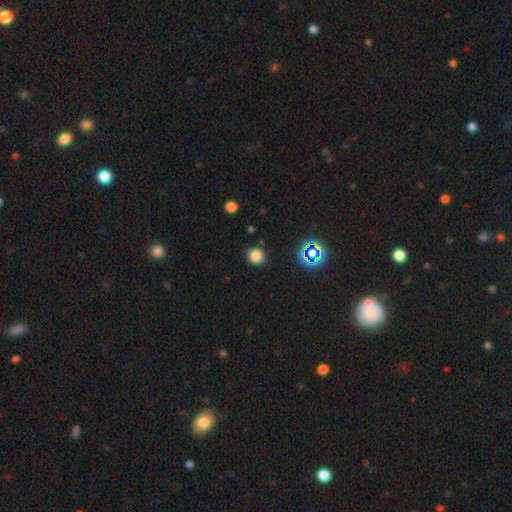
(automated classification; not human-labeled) Morphology: type=smooth (78%); roundness=round (90%); merging=none (85%).